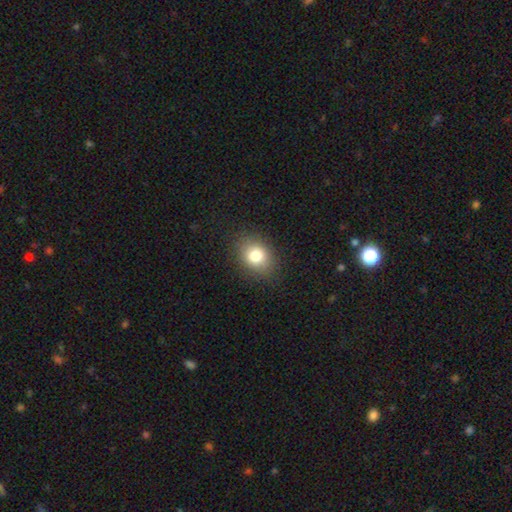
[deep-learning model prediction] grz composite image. It shows a smooth galaxy with no disk features (80%) that is in between round and cigar-shaped (55%). Merging: none (87%).